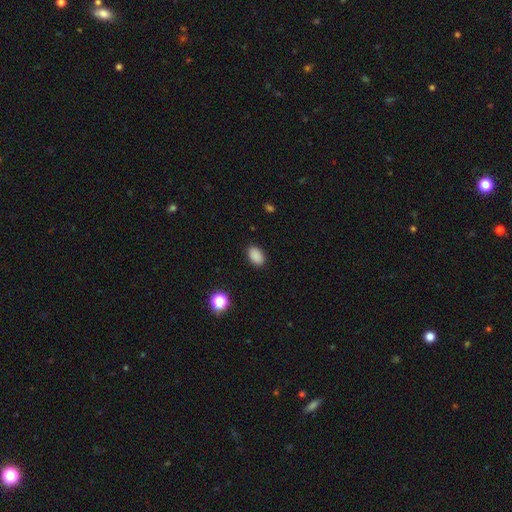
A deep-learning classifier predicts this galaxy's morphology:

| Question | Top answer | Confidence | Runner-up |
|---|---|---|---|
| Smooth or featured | smooth | 87% | star or artifact (10%) |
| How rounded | in between | 88% | round (11%) |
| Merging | none | 89% | minor disturbance (8%) |